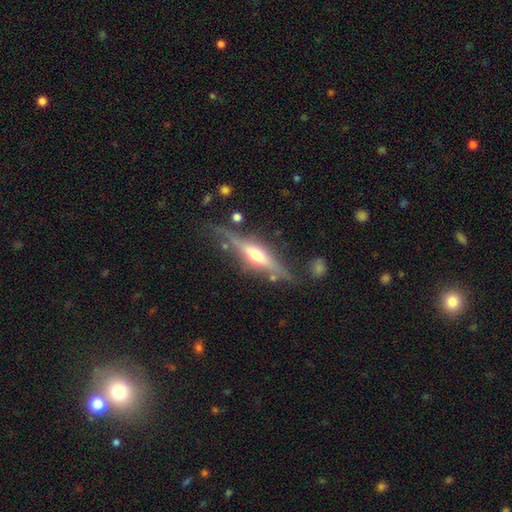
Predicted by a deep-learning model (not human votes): Smooth or featured: featured or disk — 74% (smooth — 20%)
Edge-on disk: yes — 94% (no — 6%)
Edge-on bulge: rounded — 89% (boxy — 7%)
Merging: none — 75% (minor disturbance — 16%)